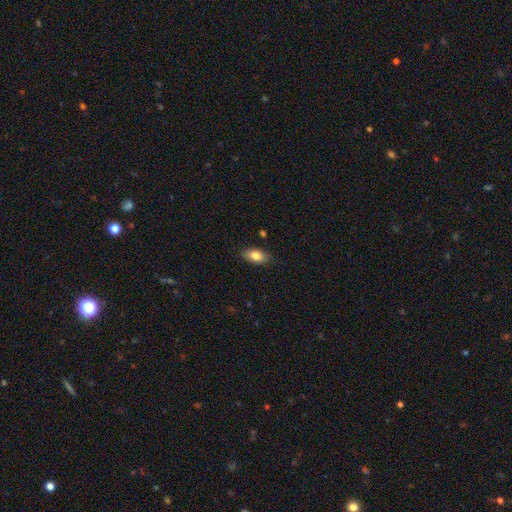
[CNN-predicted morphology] Smooth or featured? smooth (83%)
How rounded? in between (91%)
Merging? none (85%)